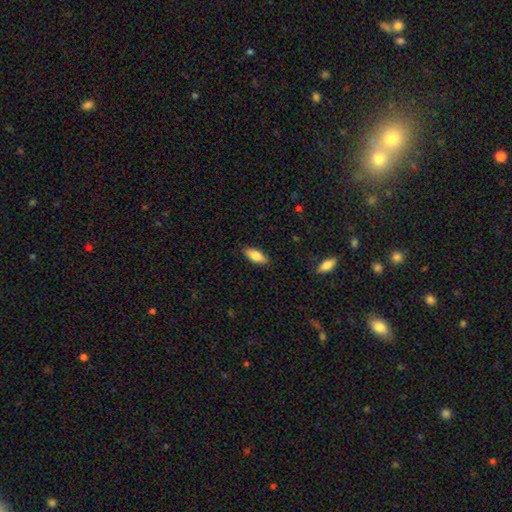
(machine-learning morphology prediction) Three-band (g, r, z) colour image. It shows a smooth galaxy with no disk features (79%) that is in between round and cigar-shaped (79%). Merging: none (87%).